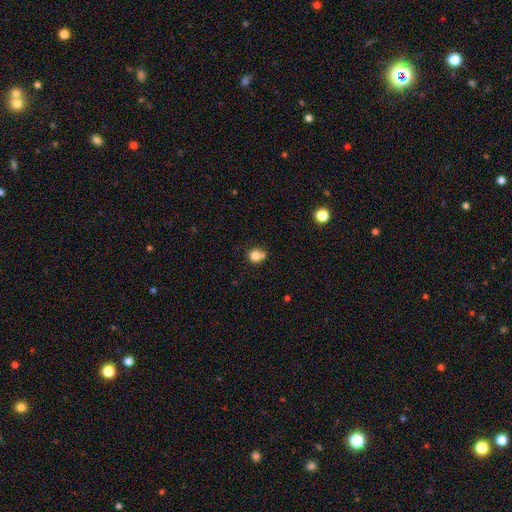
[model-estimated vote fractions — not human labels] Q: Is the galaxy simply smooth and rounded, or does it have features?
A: smooth — 81%.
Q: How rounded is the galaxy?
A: round — 78%.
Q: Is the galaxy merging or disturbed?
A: none — 53%.